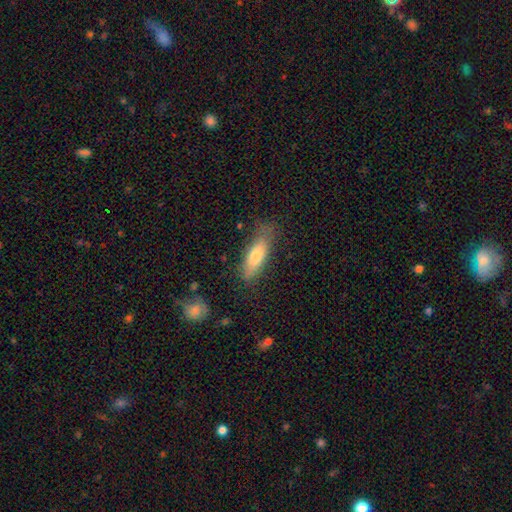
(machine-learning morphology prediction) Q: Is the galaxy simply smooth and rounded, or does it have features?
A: smooth — 72%.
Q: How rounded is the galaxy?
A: cigar-shaped — 51%.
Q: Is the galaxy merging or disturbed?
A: none — 71%.